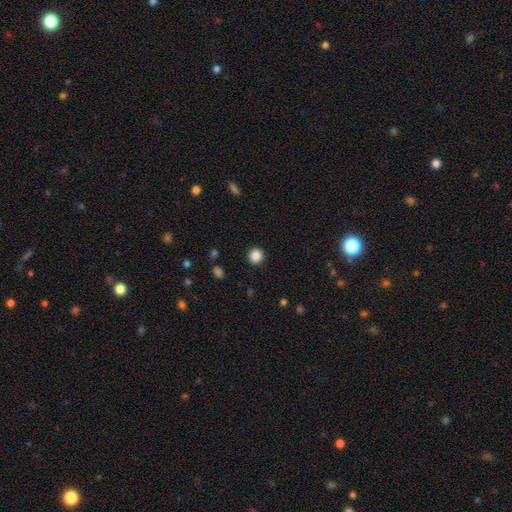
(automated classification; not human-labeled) A smooth galaxy with no disk features (87%) that is round (93%). Merging: none (91%).